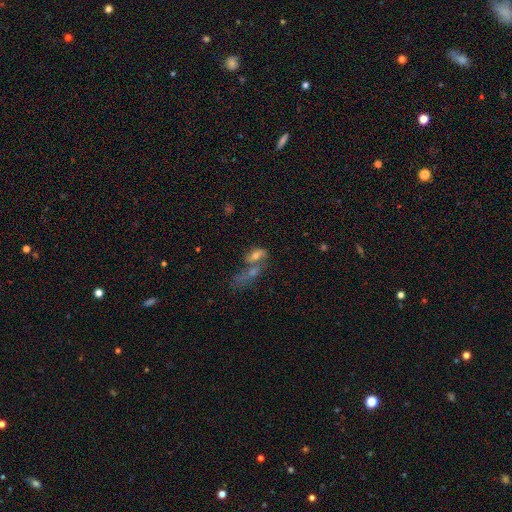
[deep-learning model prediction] Morphology: type=smooth (50%); merging=merger (60%).